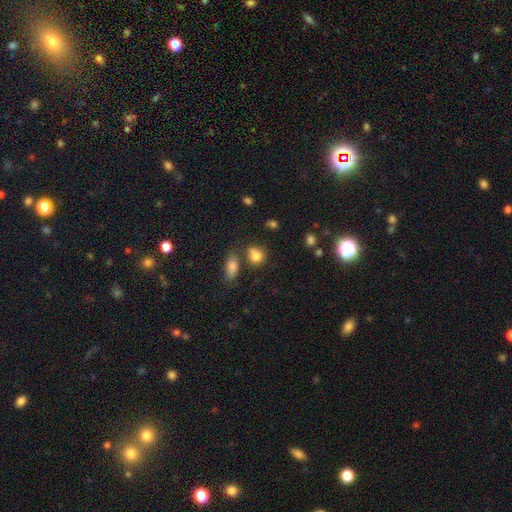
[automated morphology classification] Q: Smooth or featured?
A: smooth (82%); runner-up: star or artifact (11%)
Q: How rounded?
A: round (58%); runner-up: in between (40%)
Q: Merging?
A: none (58%); runner-up: merger (19%)